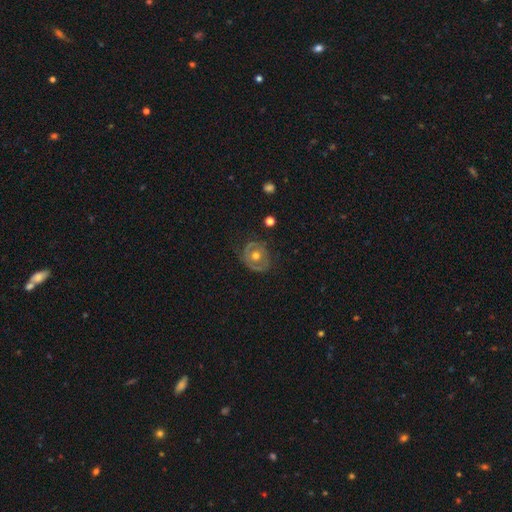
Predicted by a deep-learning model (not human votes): Smooth or featured?
  - featured or disk: 57% *
  - smooth: 35%
  - star or artifact: 8%
Edge-on disk?
  - no: 96% *
  - yes: 4%
Bar?
  - no: 85% *
  - weak: 11%
  - strong: 3%
Spiral arms?
  - no: 67% *
  - yes: 33%
Bulge size?
  - moderate: 78% *
  - small: 13%
  - large: 7%
  - none: 1%
  - dominant: 1%
Merging?
  - none: 70% *
  - minor disturbance: 20%
  - major disturbance: 8%
  - merger: 2%